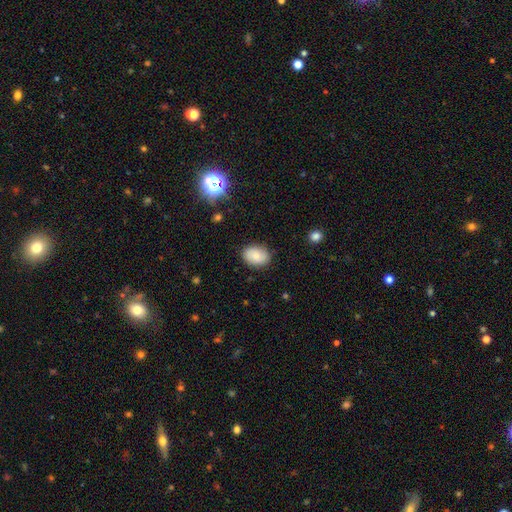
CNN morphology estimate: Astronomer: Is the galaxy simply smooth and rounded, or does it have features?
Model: smooth — 79%.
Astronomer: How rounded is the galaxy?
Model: in between — 73%.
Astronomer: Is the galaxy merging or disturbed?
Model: none — 84%.